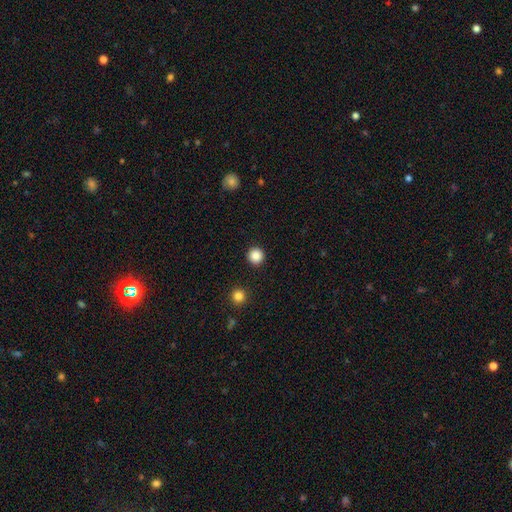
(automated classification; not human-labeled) Smooth or featured? Predicted: smooth (p=0.86). How rounded? Predicted: round (p=0.96). Merging? Predicted: none (p=0.93).